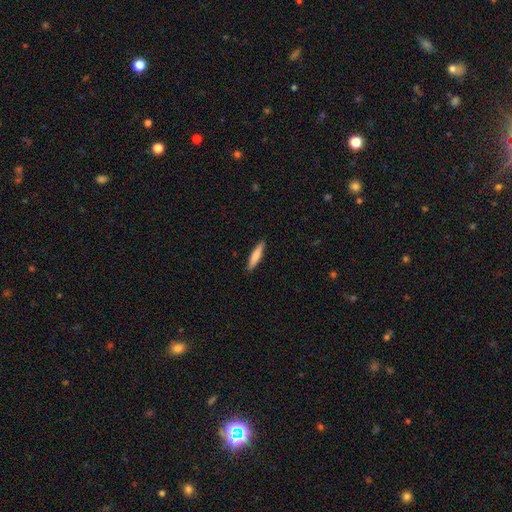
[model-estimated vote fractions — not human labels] Smooth or featured? smooth (76%)
How rounded? cigar-shaped (85%)
Merging? none (90%)